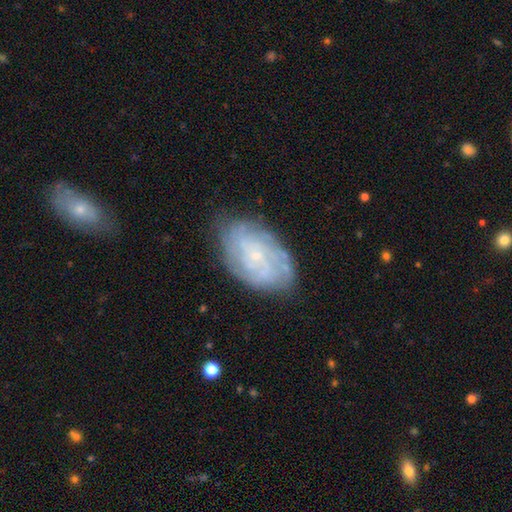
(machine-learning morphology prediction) featured or disk 76%, smooth 16%, star or artifact 7%. Down the decision tree: edge-on disk — no (96%); bar — no (74%); spiral arms — yes (92%); spiral arm count — can't tell (43%); spiral winding — tight (68%); bulge size — small (84%); merging — none (76%).